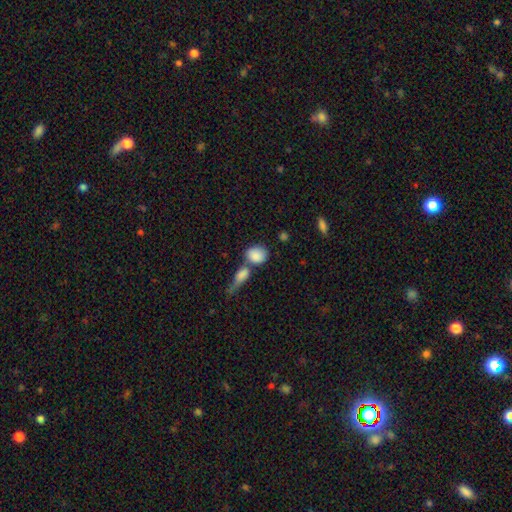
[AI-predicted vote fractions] A smooth galaxy with no disk features (86%) that is in between round and cigar-shaped (52%).

Vote fractions:
- Smooth or featured? smooth: 86% / featured or disk: 7% / star or artifact: 7%
- How rounded? in between: 52% / round: 45% / cigar-shaped: 3%
- Merging? merger: 42% / none: 40% / minor disturbance: 11% / major disturbance: 7%